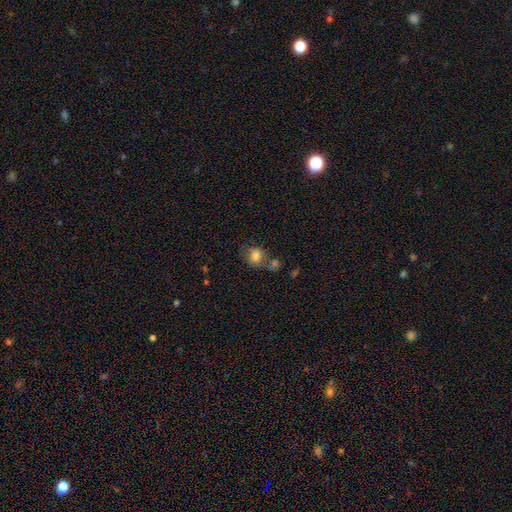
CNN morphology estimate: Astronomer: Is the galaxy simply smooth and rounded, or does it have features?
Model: smooth — 76%.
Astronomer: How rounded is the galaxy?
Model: round — 59% (runner-up: in between, 39%).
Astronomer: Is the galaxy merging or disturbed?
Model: none — 42% (runner-up: merger, 30%).